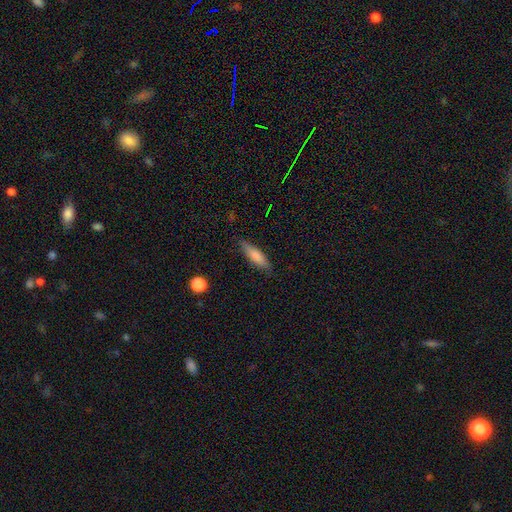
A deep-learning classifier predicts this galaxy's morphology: This is likely a smooth galaxy (78%). How rounded: likely cigar-shaped (63%). Merging: clearly none (83%).